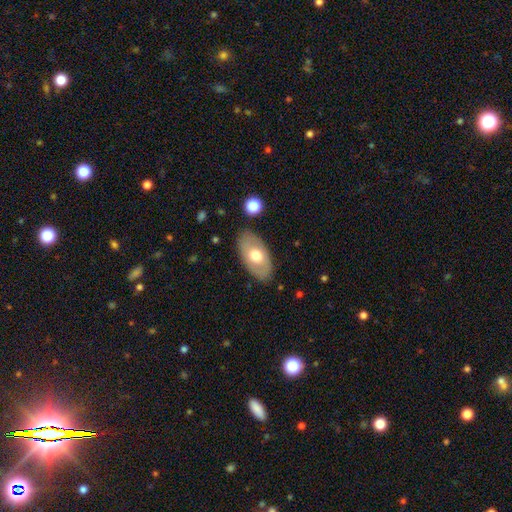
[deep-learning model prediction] Smooth or featured? Predicted: smooth (p=0.59). How rounded? Predicted: in between (p=0.93). Merging? Predicted: none (p=0.83).